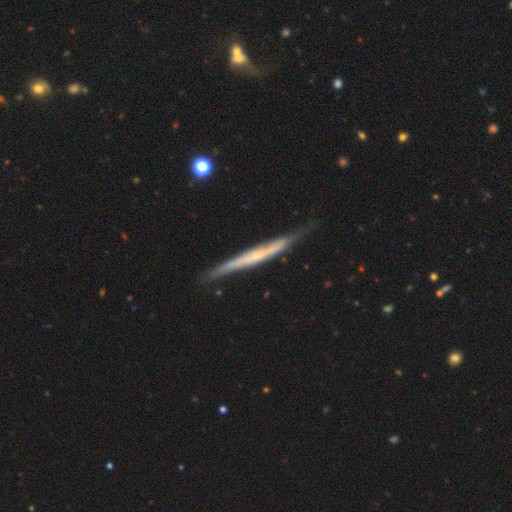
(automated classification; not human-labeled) The model was most divided on "edge-on bulge": none: 55%, rounded: 40%, boxy: 6%. More confident: edge-on disk — yes (93%); merging — none (75%); smooth or featured — featured or disk (71%).